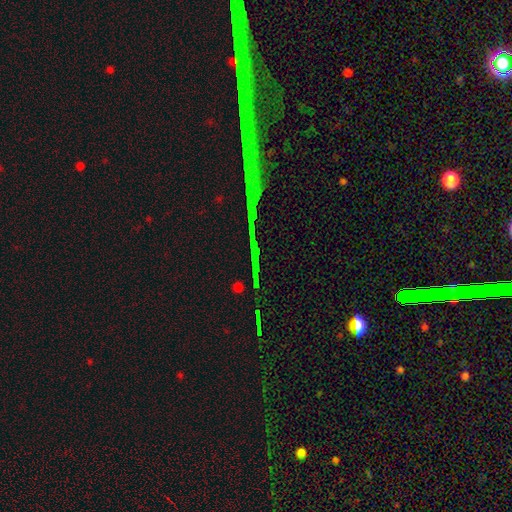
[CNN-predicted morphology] smooth_or_featured: star or artifact (p=0.74) [alt: featured or disk p=0.13]